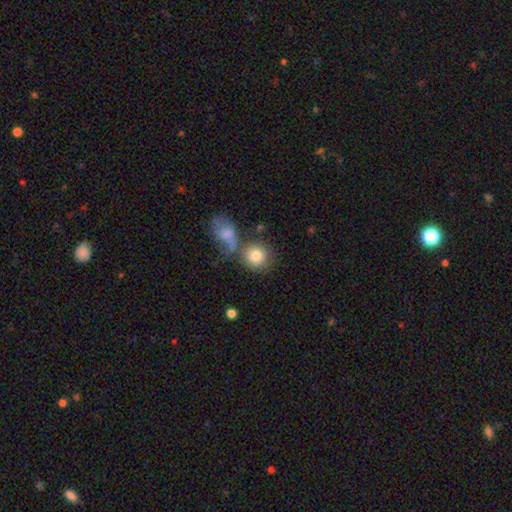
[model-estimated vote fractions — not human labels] A smooth galaxy with no disk features (82%) that is round (85%). Merging: none (55%).